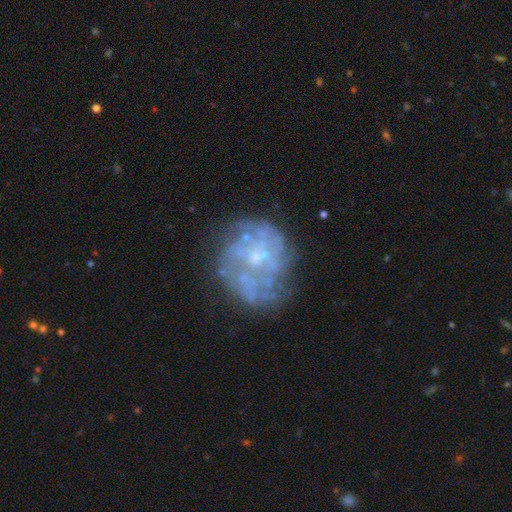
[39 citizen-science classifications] This is clearly a featured or disk galaxy (82%). It is clearly not viewed edge-on (100%). Bar: likely no (72%). Spiral arm pattern: possibly no (56%). Central bulge: possibly small (56%). Merging: marginally none (41%).